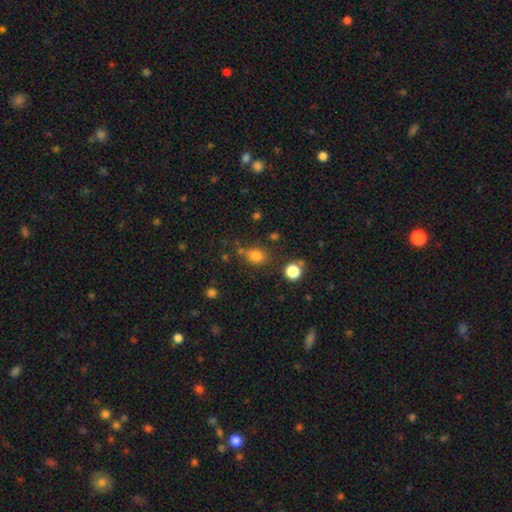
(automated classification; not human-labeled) Smooth or featured? smooth (78%)
How rounded? round (63%)
Merging? none (68%)